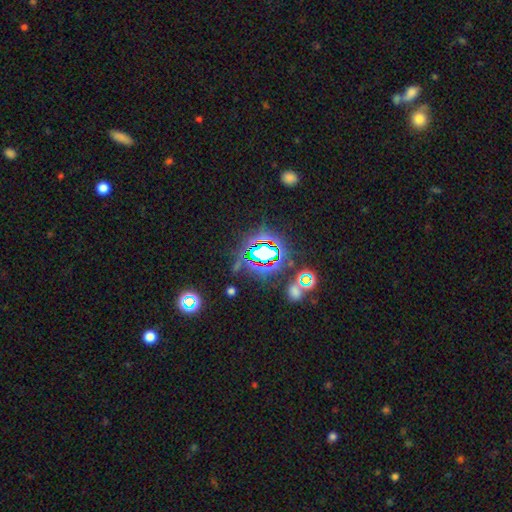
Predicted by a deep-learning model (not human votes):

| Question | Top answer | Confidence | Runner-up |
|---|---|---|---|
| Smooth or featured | star or artifact | 77% | smooth (12%) |